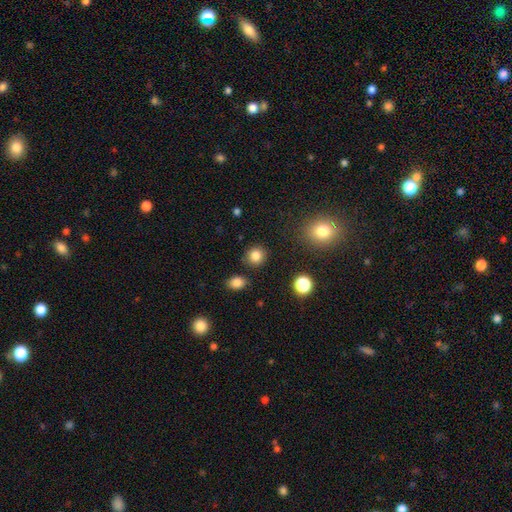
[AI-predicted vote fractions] smooth_or_featured: smooth (p=0.83) [alt: star or artifact p=0.12]
how_rounded: round (p=0.86) [alt: in between p=0.13]
merging: none (p=0.87) [alt: minor disturbance p=0.07]